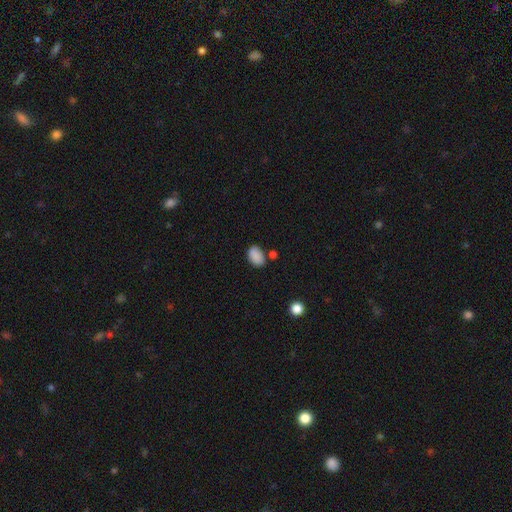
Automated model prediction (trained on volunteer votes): Morphology: type=smooth (87%); roundness=in between (87%); merging=none (70%).